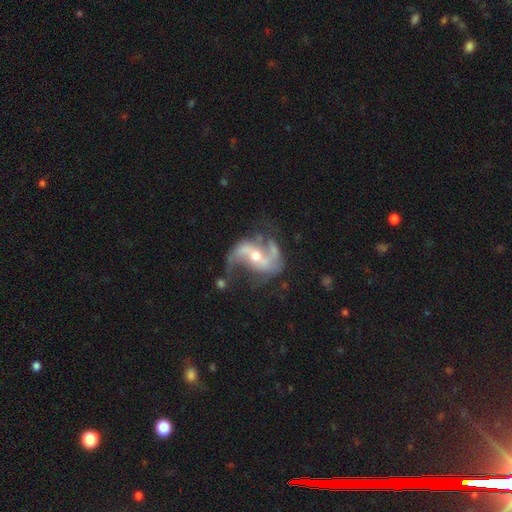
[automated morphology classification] Q: Smooth or featured?
A: featured or disk (89%); runner-up: star or artifact (6%)
Q: Edge-on disk?
A: no (97%); runner-up: yes (3%)
Q: Bar?
A: strong (37%); runner-up: weak (35%)
Q: Spiral arms?
A: yes (96%); runner-up: no (4%)
Q: Spiral winding?
A: loose (61%); runner-up: medium (31%)
Q: Spiral arm count?
A: 2 (90%); runner-up: can't tell (3%)
Q: Bulge size?
A: moderate (55%); runner-up: small (40%)
Q: Merging?
A: none (58%); runner-up: minor disturbance (21%)